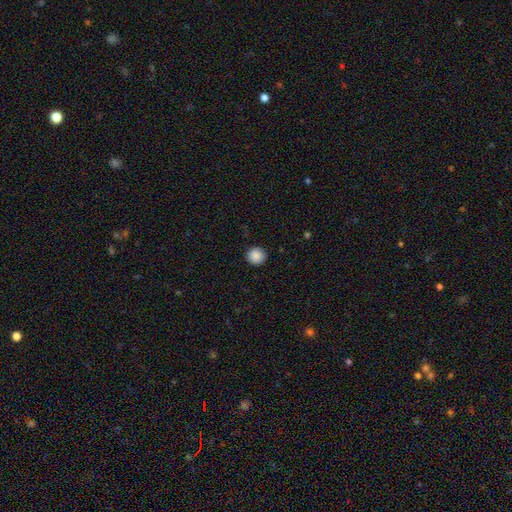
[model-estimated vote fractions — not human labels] Smooth or featured? Predicted: smooth (p=0.88). How rounded? Predicted: round (p=0.94). Merging? Predicted: none (p=0.91).